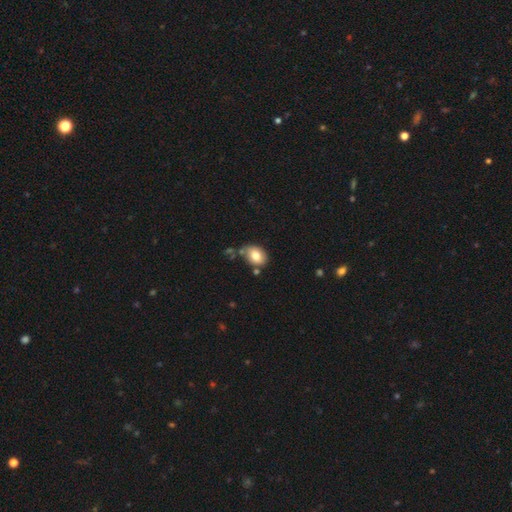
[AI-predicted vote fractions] Smooth or featured?
  - smooth: 78% *
  - featured or disk: 14%
  - star or artifact: 8%
How rounded?
  - in between: 73% *
  - round: 26%
  - cigar-shaped: 1%
Merging?
  - none: 63% *
  - minor disturbance: 21%
  - merger: 11%
  - major disturbance: 5%